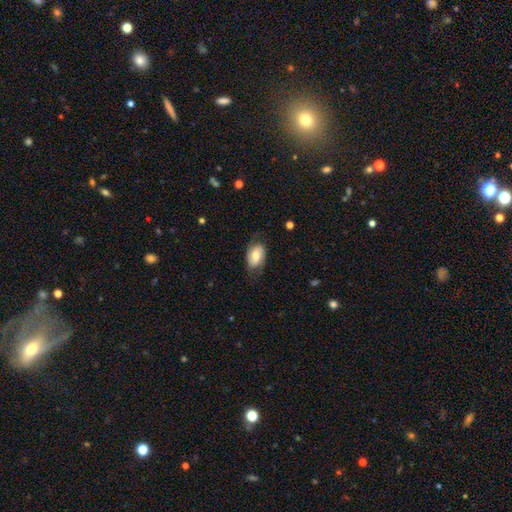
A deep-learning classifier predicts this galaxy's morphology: A smooth galaxy with no disk features (63%) that is in between round and cigar-shaped (89%).

Vote fractions:
- Smooth or featured? smooth: 63% / featured or disk: 30% / star or artifact: 7%
- How rounded? in between: 89% / round: 9% / cigar-shaped: 2%
- Merging? none: 69% / minor disturbance: 23% / major disturbance: 7% / merger: 1%